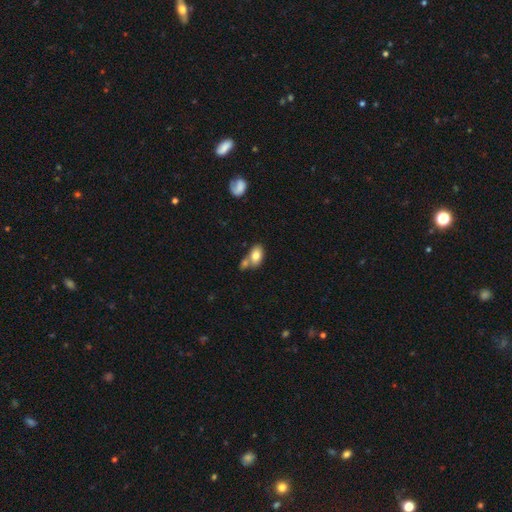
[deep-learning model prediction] smooth_or_featured: smooth (p=0.79) [alt: featured or disk p=0.14]
how_rounded: in between (p=0.87) [alt: round p=0.11]
merging: none (p=0.45) [alt: merger p=0.38]